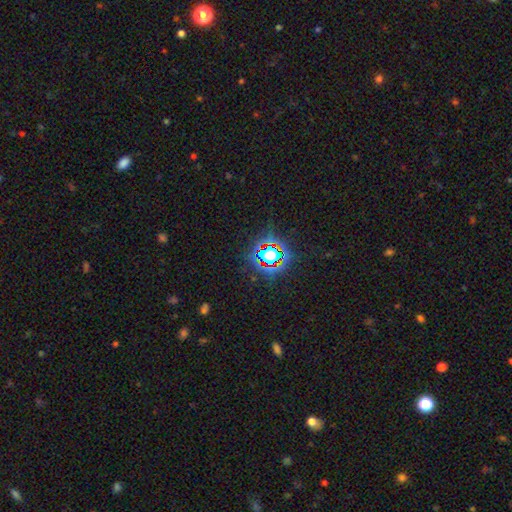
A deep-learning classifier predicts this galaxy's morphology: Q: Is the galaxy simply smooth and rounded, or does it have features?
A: star or artifact — 76%.